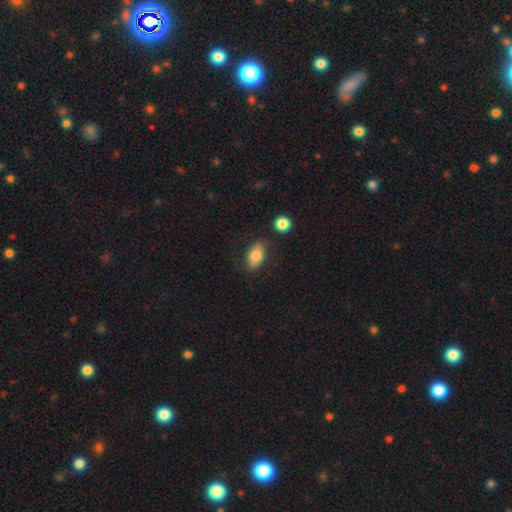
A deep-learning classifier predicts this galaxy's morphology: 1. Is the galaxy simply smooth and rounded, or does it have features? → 78% smooth, 15% featured or disk, 7% star or artifact.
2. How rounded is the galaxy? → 89% in between, 9% round, 3% cigar-shaped.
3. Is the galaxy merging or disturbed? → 79% none, 14% minor disturbance, 4% major disturbance, 3% merger.